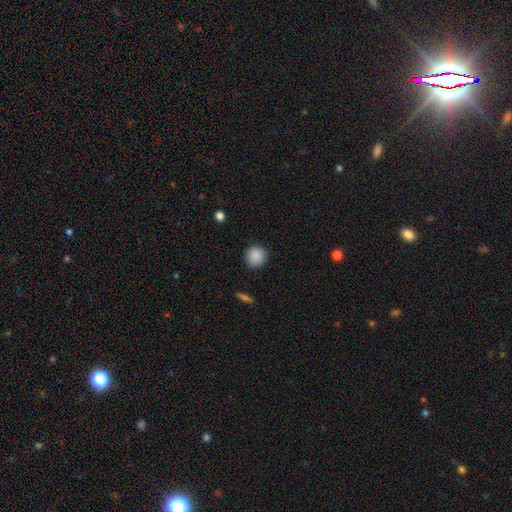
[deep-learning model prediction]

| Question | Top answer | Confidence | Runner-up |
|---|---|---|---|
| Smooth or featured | smooth | 89% | star or artifact (8%) |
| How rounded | round | 93% | in between (6%) |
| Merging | none | 90% | minor disturbance (7%) |